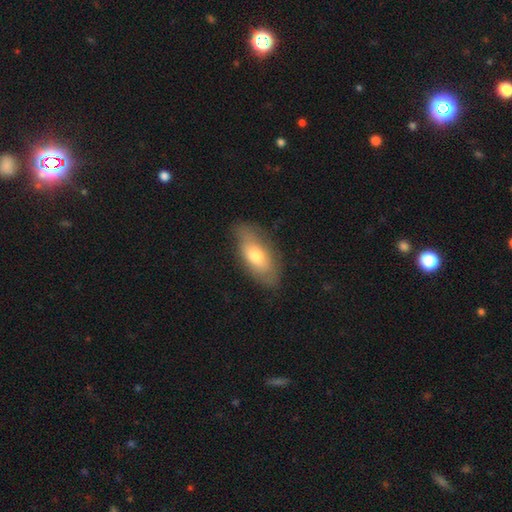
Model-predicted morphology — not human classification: Smooth or featured?
  - smooth: 68% *
  - featured or disk: 26%
  - star or artifact: 7%
How rounded?
  - in between: 85% *
  - cigar-shaped: 11%
  - round: 4%
Merging?
  - none: 75% *
  - minor disturbance: 18%
  - major disturbance: 5%
  - merger: 1%